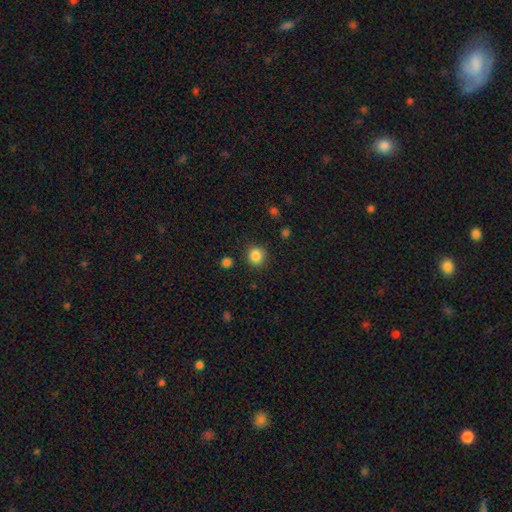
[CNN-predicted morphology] Smooth or featured? smooth (85%)
How rounded? round (89%)
Merging? none (88%)